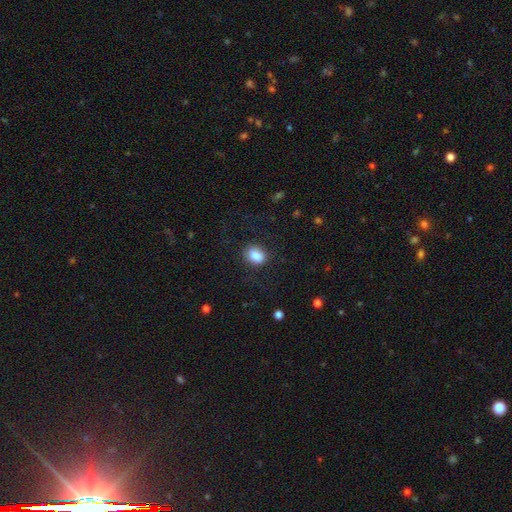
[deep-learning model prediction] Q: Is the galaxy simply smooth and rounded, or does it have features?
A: smooth — 86%.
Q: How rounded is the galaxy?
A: in between — 58%.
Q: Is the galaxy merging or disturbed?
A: none — 80%.